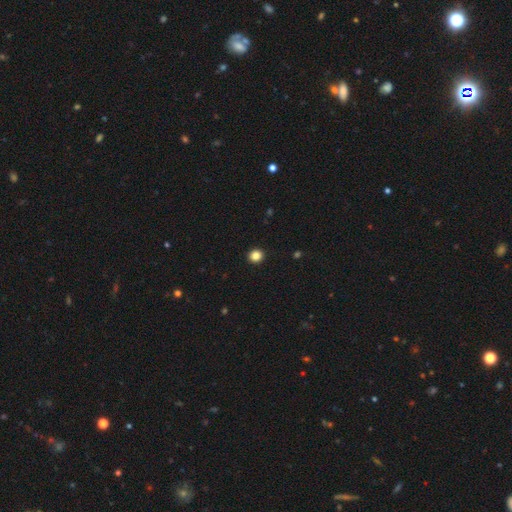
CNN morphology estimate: This is clearly a smooth galaxy (85%). How rounded: clearly round (86%). Merging: clearly none (93%).